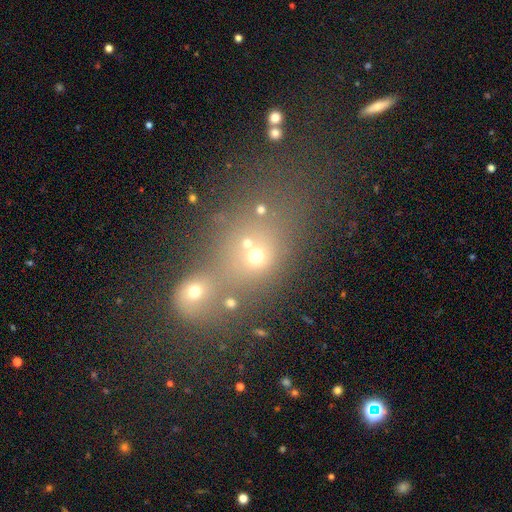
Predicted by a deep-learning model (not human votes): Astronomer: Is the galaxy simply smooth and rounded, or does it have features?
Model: smooth — 51% (runner-up: star or artifact, 31%).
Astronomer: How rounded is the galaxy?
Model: round — 59% (runner-up: in between, 38%).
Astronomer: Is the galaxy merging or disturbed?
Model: merger — 57%.